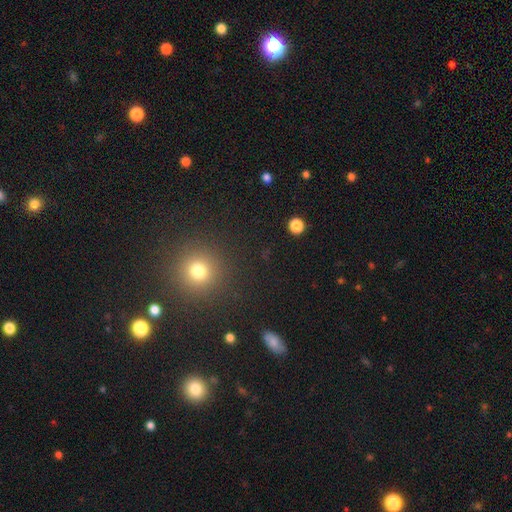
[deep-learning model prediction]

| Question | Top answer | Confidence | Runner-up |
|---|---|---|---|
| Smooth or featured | smooth | 49% | star or artifact (44%) |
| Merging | none | 90% | minor disturbance (5%) |